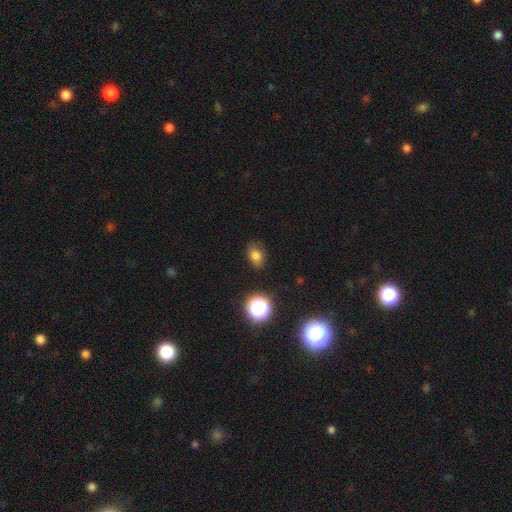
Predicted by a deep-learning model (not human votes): smooth_or_featured: smooth (p=0.78) [alt: star or artifact p=0.15]
how_rounded: in between (p=0.74) [alt: round p=0.25]
merging: none (p=0.79) [alt: minor disturbance p=0.15]